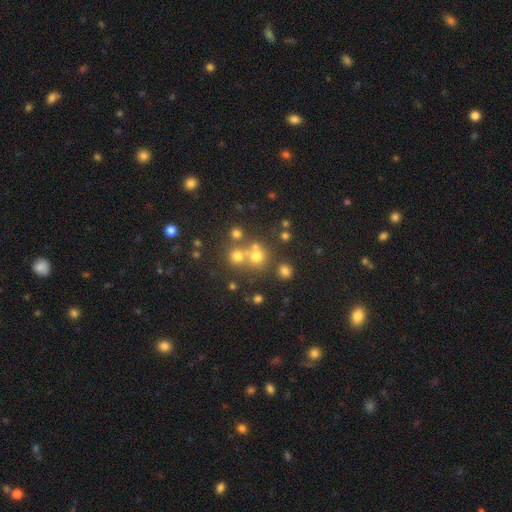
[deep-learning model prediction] A smooth galaxy with no disk features (61%) that is round (88%). Merging: none (57%).